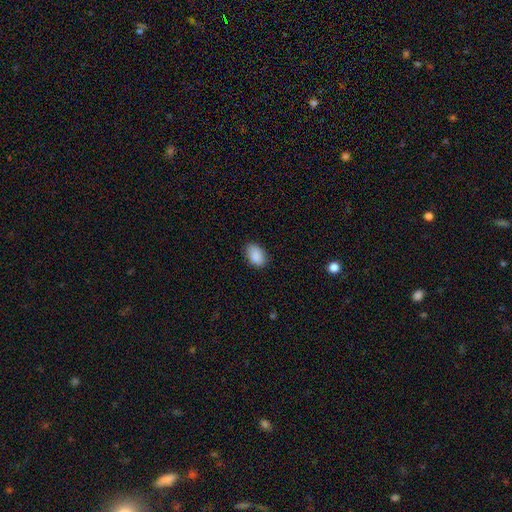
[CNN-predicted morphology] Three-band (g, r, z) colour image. It shows a smooth galaxy with no disk features (89%) that is in between round and cigar-shaped (88%). Merging: none (81%).